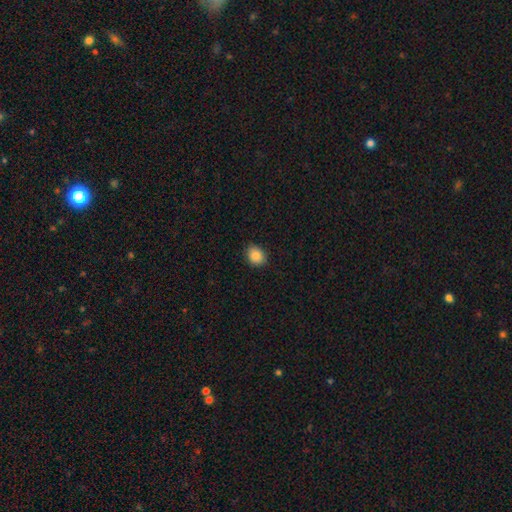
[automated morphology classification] This appears to be a smooth galaxy with no disk features (88%) that is round (58%). Merging: none (86%).